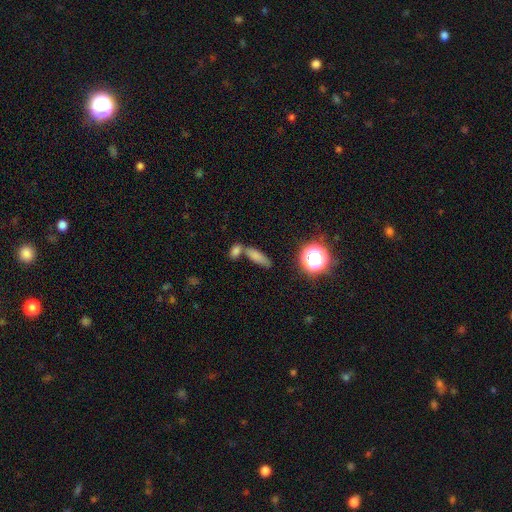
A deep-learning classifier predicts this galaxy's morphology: A smooth galaxy with no disk features (74%) that is in between round and cigar-shaped (49%).

Vote fractions:
- Smooth or featured? smooth: 74% / star or artifact: 14% / featured or disk: 12%
- How rounded? in between: 49% / cigar-shaped: 43% / round: 7%
- Merging? none: 49% / merger: 34% / minor disturbance: 12% / major disturbance: 5%